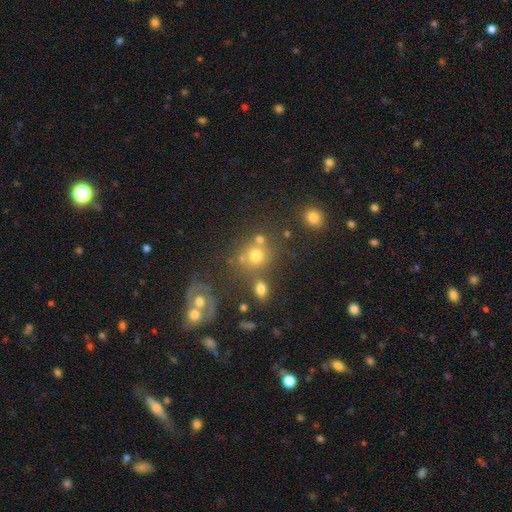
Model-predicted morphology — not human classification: A smooth galaxy with no disk features (62%) that is round (80%).

Vote fractions:
- Smooth or featured? smooth: 62% / star or artifact: 21% / featured or disk: 16%
- How rounded? round: 80% / in between: 19% / cigar-shaped: 1%
- Merging? none: 58% / merger: 24% / minor disturbance: 12% / major disturbance: 7%